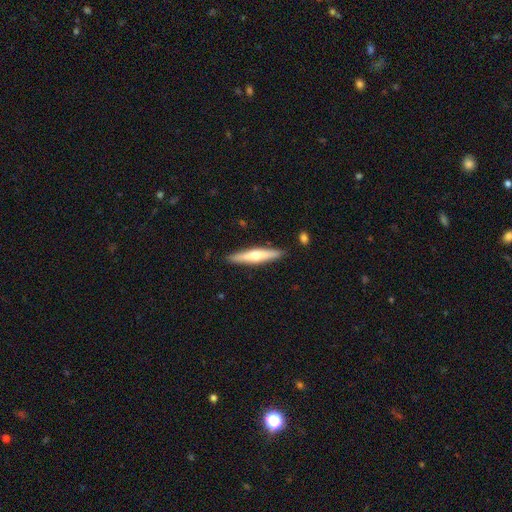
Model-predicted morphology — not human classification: This is possibly a featured or disk galaxy (50%). Merging: clearly none (89%).